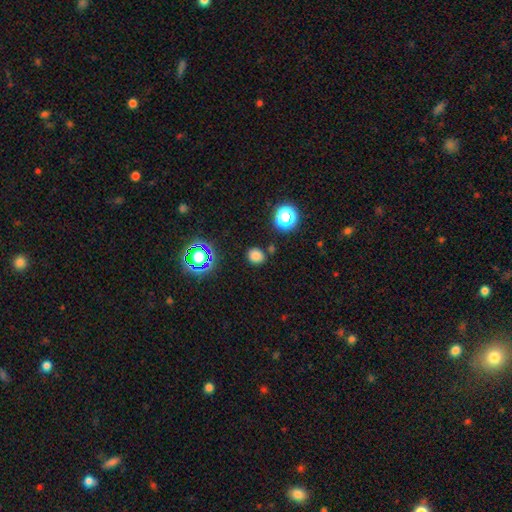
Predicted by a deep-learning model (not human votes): Smooth or featured? smooth (75%)
How rounded? round (77%)
Merging? none (83%)